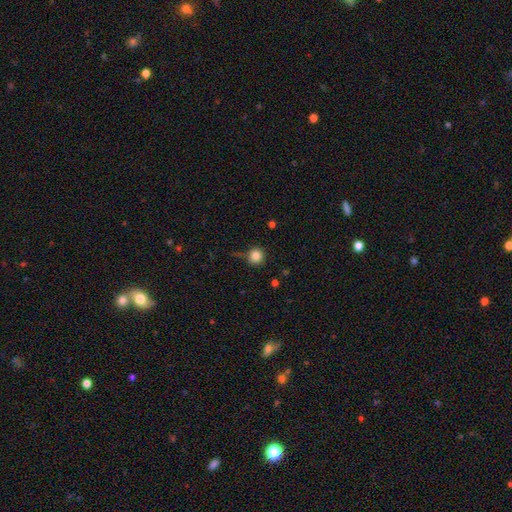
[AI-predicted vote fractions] smooth-or-featured: smooth: 84% | star or artifact: 11% | featured or disk: 5%
  how-rounded: round: 94% | in between: 5% | cigar-shaped: 1%
  merging: none: 79% | minor disturbance: 14% | major disturbance: 4% | merger: 3%